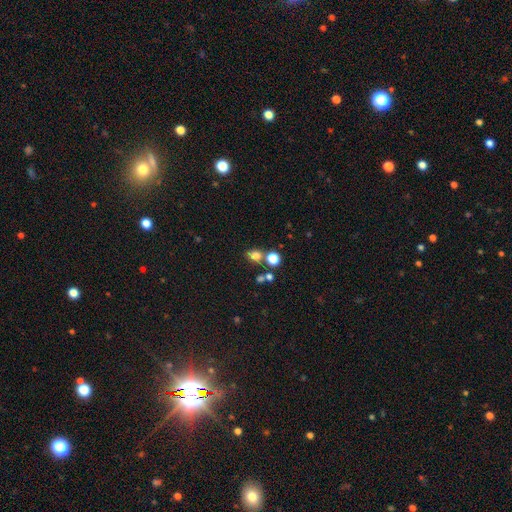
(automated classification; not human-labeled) Smooth or featured? Predicted: smooth (p=0.74). How rounded? Predicted: round (p=0.50). Merging? Predicted: none (p=0.61).